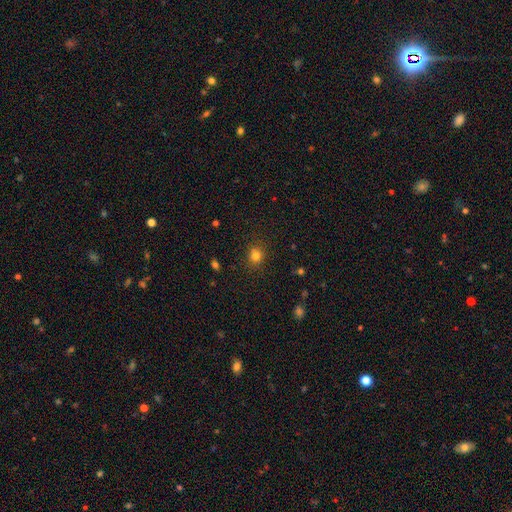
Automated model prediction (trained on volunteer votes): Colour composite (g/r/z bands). It shows a smooth galaxy with no disk features (79%) that is round (81%). Merging: none (84%).